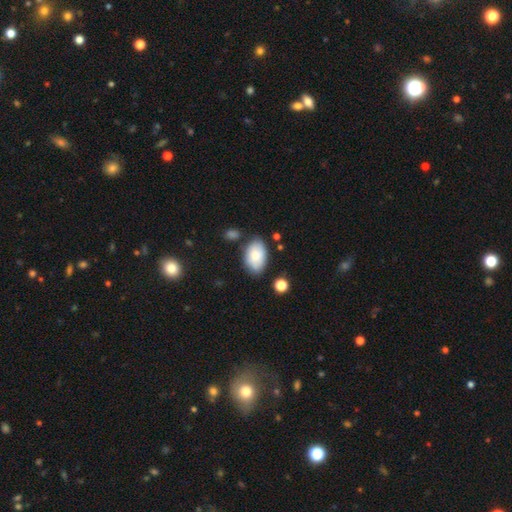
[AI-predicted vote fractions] Morphology: type=smooth (81%); roundness=in between (92%); merging=none (73%).